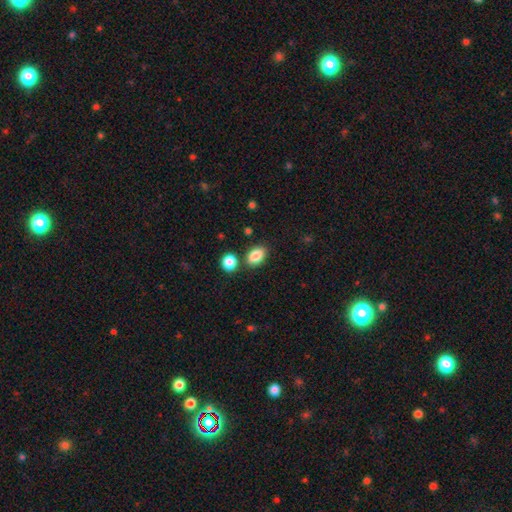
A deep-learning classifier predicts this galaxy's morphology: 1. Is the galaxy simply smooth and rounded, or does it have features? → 87% smooth, 8% star or artifact, 5% featured or disk.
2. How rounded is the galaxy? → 86% in between, 13% round, 2% cigar-shaped.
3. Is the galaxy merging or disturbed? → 77% none, 11% minor disturbance, 10% merger, 3% major disturbance.